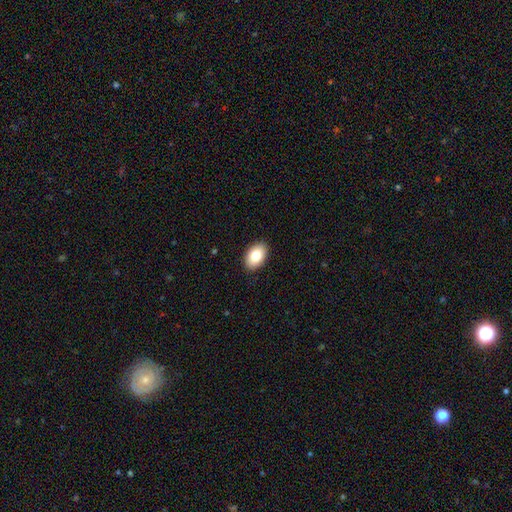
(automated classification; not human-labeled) smooth_or_featured: smooth (p=0.83) [alt: featured or disk p=0.10]
how_rounded: in between (p=0.91) [alt: round p=0.08]
merging: none (p=0.89) [alt: minor disturbance p=0.08]